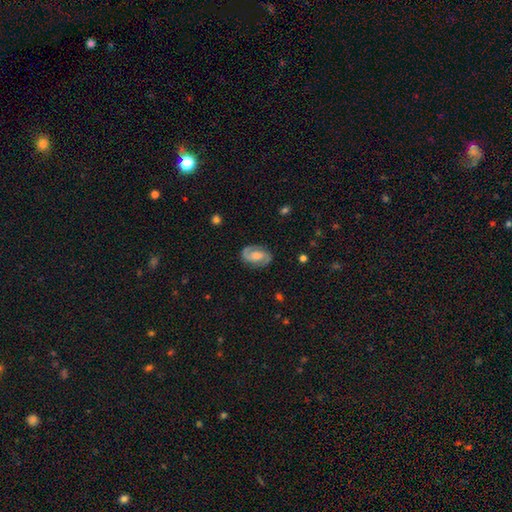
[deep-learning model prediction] The model was most divided on "bar": no: 47%, weak: 42%, strong: 11%. Remaining: edge-on disk — no (97%); spiral arms — yes (94%); spiral arm count — 2 (89%); merging — none (81%); smooth or featured — featured or disk (76%); spiral winding — medium (50%); bulge size — moderate (40%).